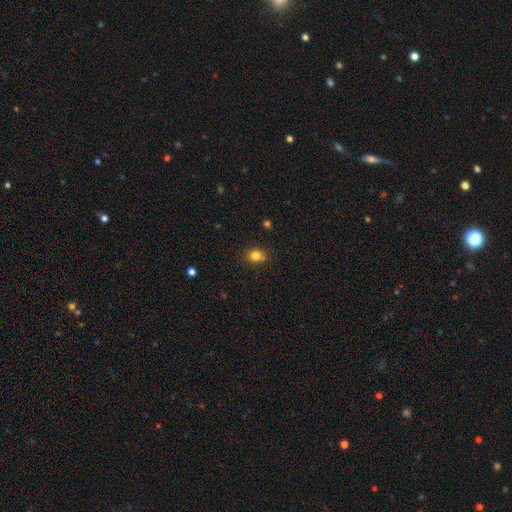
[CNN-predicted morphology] Q: Smooth or featured?
A: smooth (81%); runner-up: star or artifact (12%)
Q: How rounded?
A: round (54%); runner-up: in between (45%)
Q: Merging?
A: none (83%); runner-up: minor disturbance (13%)